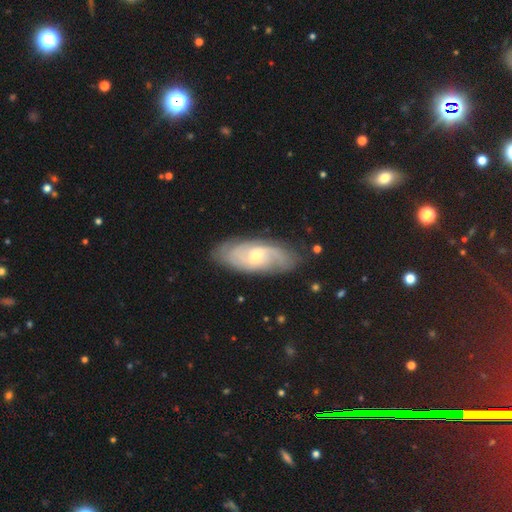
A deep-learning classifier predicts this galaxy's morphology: Smooth or featured? featured or disk (77%)
Edge-on disk? no (91%)
Bar? no (56%)
Spiral arms? yes (93%)
Spiral winding? medium (41%)
Spiral arm count? 2 (47%)
Bulge size? small (56%)
Merging? none (79%)